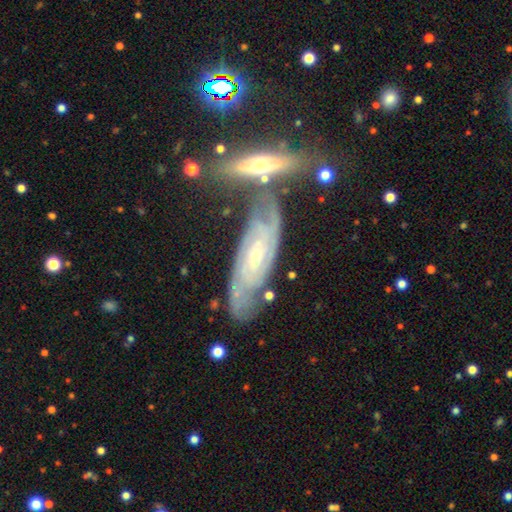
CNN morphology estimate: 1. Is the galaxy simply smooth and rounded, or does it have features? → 84% featured or disk, 9% smooth, 7% star or artifact.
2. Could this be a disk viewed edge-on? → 85% no, 15% yes.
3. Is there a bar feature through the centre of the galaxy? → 56% no, 34% weak, 10% strong.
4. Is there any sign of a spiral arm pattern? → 95% yes, 5% no.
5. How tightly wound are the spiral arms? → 73% tight, 22% medium, 5% loose.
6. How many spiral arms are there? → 40% can't tell, 29% 2, 14% 3, 8% 4, 5% more than 4, 4% 1.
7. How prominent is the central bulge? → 66% small, 31% moderate, 1% none, 1% large, 1% dominant.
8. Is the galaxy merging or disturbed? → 65% none, 17% minor disturbance, 13% merger, 5% major disturbance.